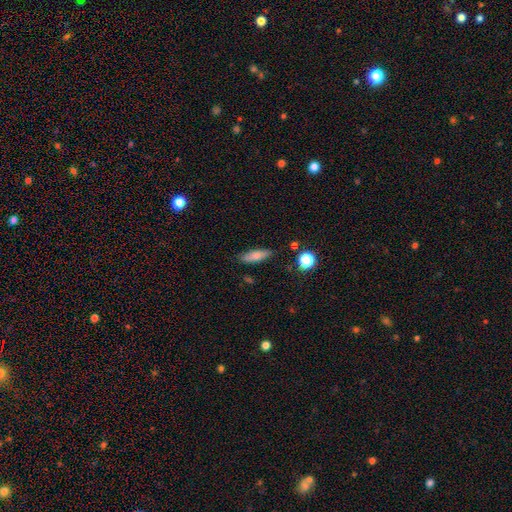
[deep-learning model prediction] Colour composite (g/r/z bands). It shows a smooth galaxy with no disk features (78%) that is cigar-shaped (50%). Merging: none (82%).